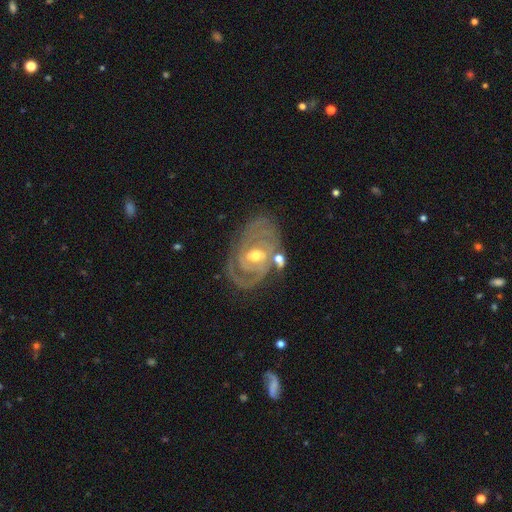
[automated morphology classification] featured or disk 90%, smooth 5%, star or artifact 5%. Down the decision tree: edge-on disk — no (97%); bar — weak (44%); spiral arms — yes (97%); spiral arm count — 2 (56%); spiral winding — tight (75%); bulge size — moderate (60%); merging — none (71%).